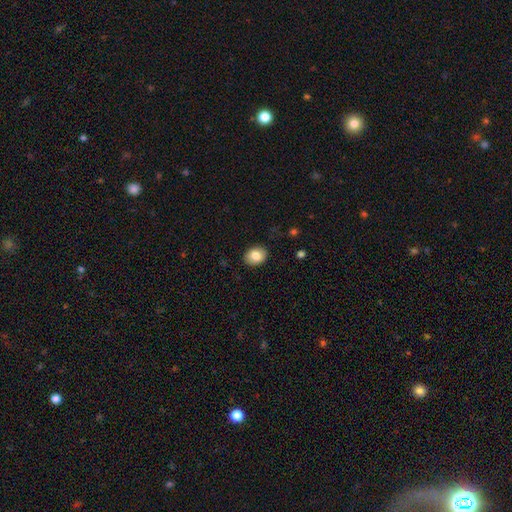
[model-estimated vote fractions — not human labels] Smooth or featured? smooth (84%)
How rounded? in between (62%)
Merging? none (88%)